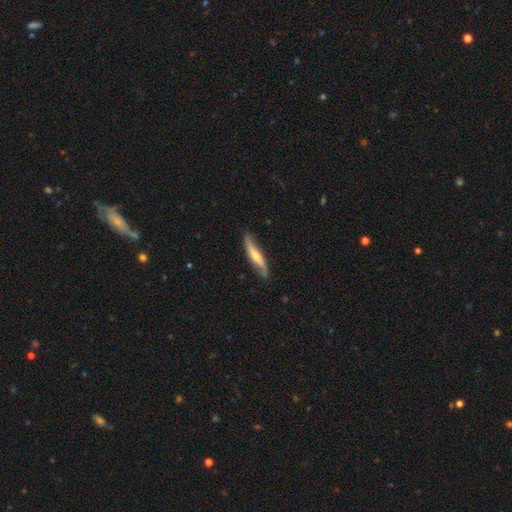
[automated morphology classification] Q: Smooth or featured?
A: featured or disk (55%); runner-up: smooth (40%)
Q: Edge-on disk?
A: yes (63%); runner-up: no (37%)
Q: Merging?
A: none (78%); runner-up: minor disturbance (17%)